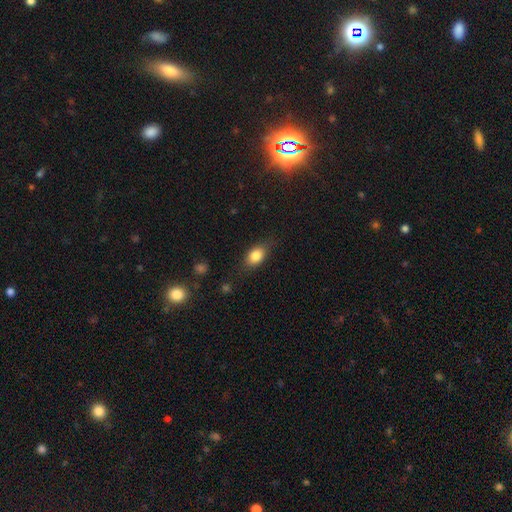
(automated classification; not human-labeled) Smooth or featured? Predicted: smooth (p=0.82). How rounded? Predicted: in between (p=0.81). Merging? Predicted: none (p=0.77).